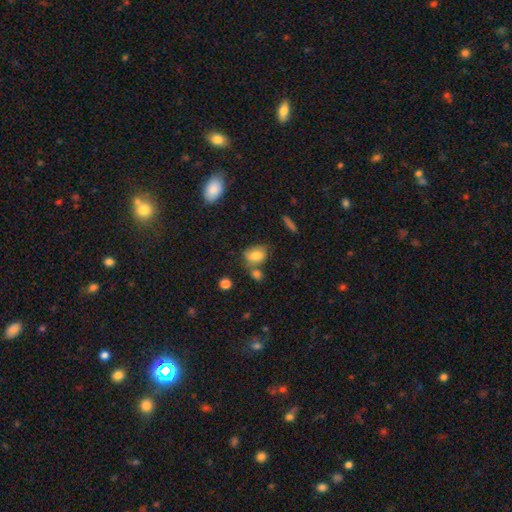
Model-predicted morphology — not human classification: smooth-or-featured: smooth: 76% | featured or disk: 14% | star or artifact: 10%
  how-rounded: in between: 72% | round: 25% | cigar-shaped: 2%
  merging: none: 56% | minor disturbance: 19% | merger: 19% | major disturbance: 6%